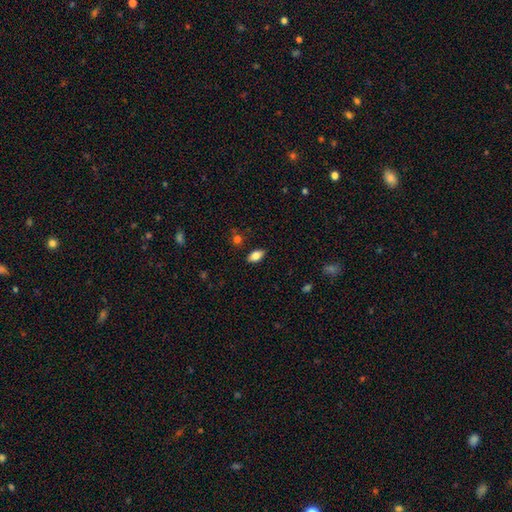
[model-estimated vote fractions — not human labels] A smooth galaxy with no disk features (81%) that is in between round and cigar-shaped (90%).

Vote fractions:
- Smooth or featured? smooth: 81% / featured or disk: 11% / star or artifact: 8%
- How rounded? in between: 90% / round: 5% / cigar-shaped: 5%
- Merging? none: 86% / minor disturbance: 10% / major disturbance: 2% / merger: 2%